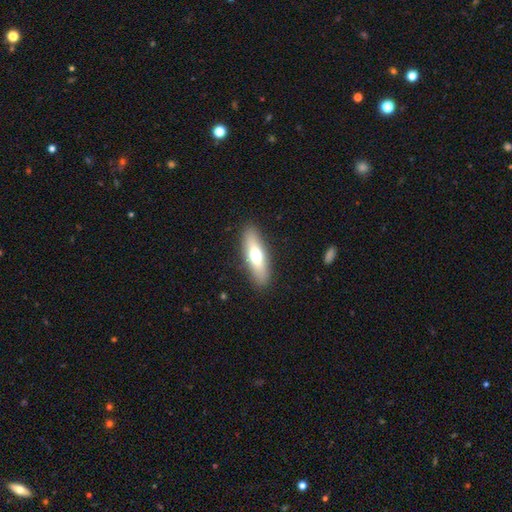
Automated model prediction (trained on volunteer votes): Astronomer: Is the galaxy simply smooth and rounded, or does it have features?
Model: smooth — 60%.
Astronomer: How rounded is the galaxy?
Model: cigar-shaped — 55% (runner-up: in between, 43%).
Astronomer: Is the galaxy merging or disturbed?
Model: none — 89%.